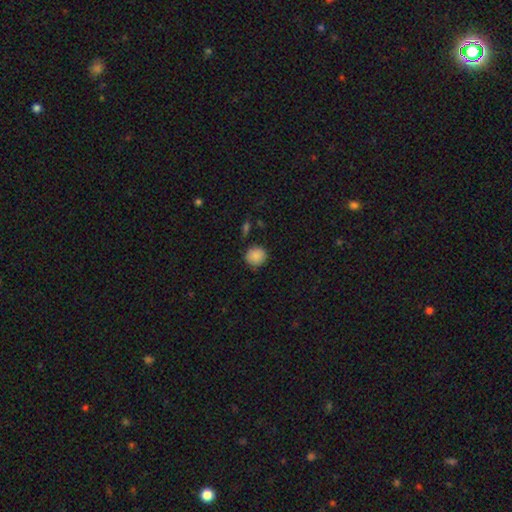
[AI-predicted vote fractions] This is clearly a smooth galaxy (88%). How rounded: clearly round (90%). Merging: clearly none (87%).